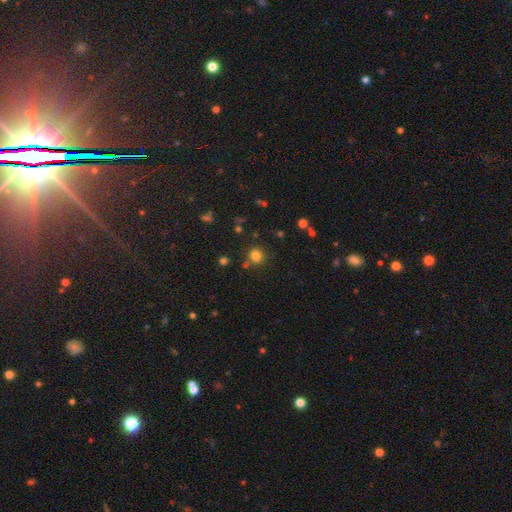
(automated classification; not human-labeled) Overall: smooth (79%). How rounded: round (92%). Merging: none (81%).